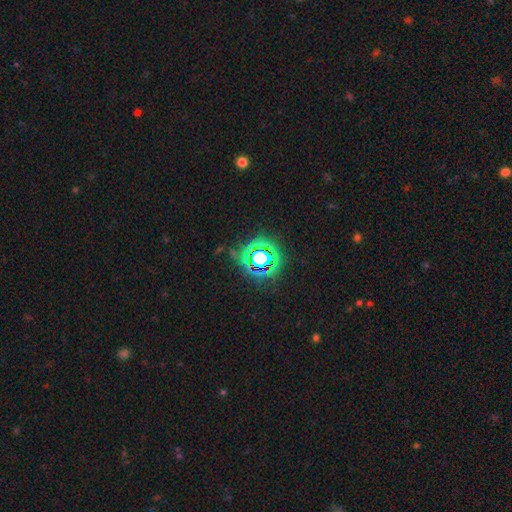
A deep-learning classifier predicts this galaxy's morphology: A star or artifact, not a galaxy (80%).